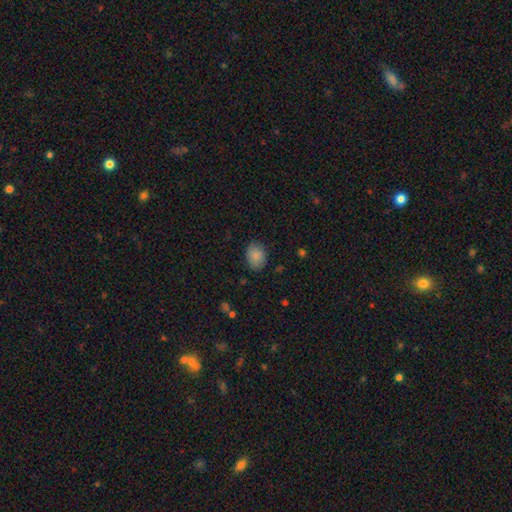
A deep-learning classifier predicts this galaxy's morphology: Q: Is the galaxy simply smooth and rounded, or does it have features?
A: smooth — 87%.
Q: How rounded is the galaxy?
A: in between — 66%.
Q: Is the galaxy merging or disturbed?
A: none — 83%.